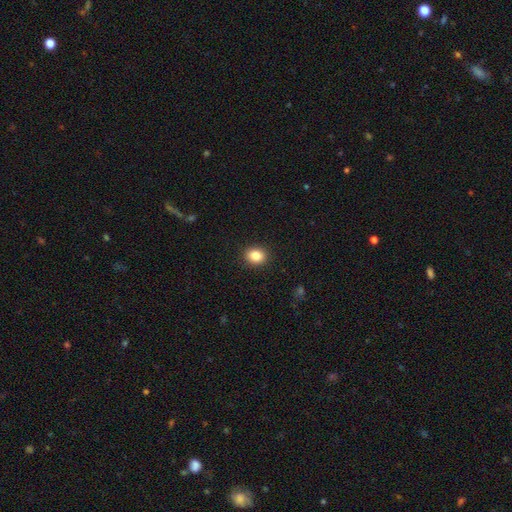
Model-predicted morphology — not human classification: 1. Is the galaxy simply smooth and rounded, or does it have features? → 85% smooth, 10% star or artifact, 5% featured or disk.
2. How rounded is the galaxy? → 61% round, 38% in between, 1% cigar-shaped.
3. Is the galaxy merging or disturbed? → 91% none, 6% minor disturbance, 2% major disturbance, 1% merger.